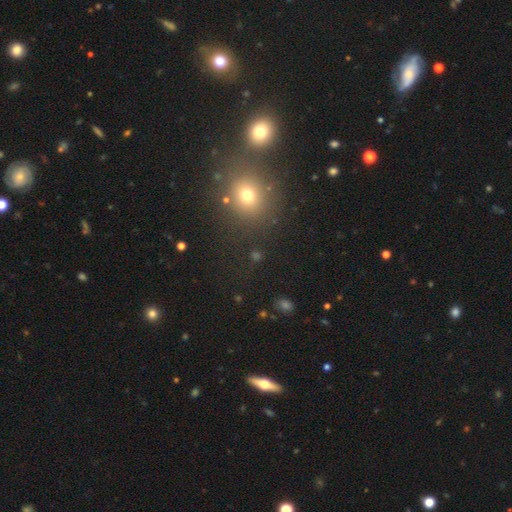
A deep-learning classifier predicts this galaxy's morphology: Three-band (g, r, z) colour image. It shows a smooth galaxy with no disk features (53%) that is round (76%). Merging: none (81%).